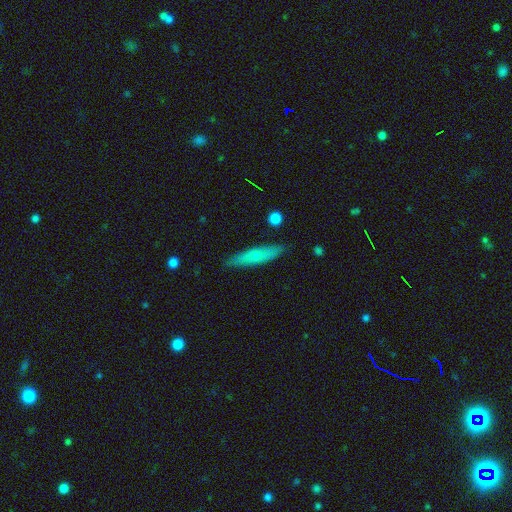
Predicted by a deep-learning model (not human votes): This is likely a smooth galaxy (61%). How rounded: clearly cigar-shaped (81%). Merging: clearly none (86%).